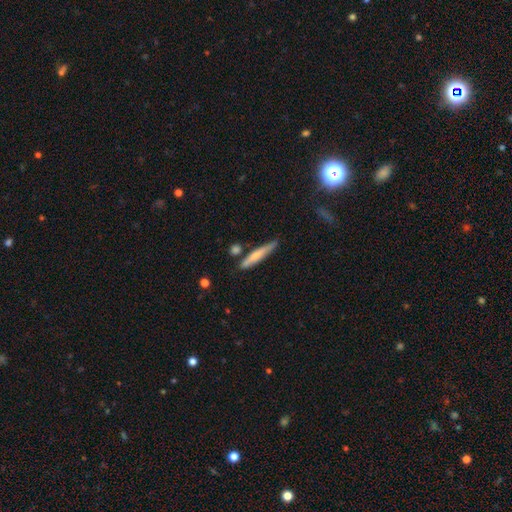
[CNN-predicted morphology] This appears to be a smooth galaxy with no disk features (60%) that is cigar-shaped (91%). Merging: none (74%).